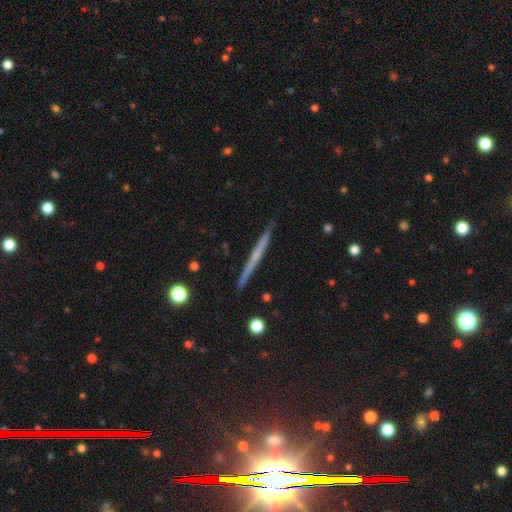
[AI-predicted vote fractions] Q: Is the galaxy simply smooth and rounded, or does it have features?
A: featured or disk — 57%.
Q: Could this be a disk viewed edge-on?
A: yes — 98%.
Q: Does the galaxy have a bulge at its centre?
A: none — 80%.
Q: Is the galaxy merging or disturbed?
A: none — 92%.